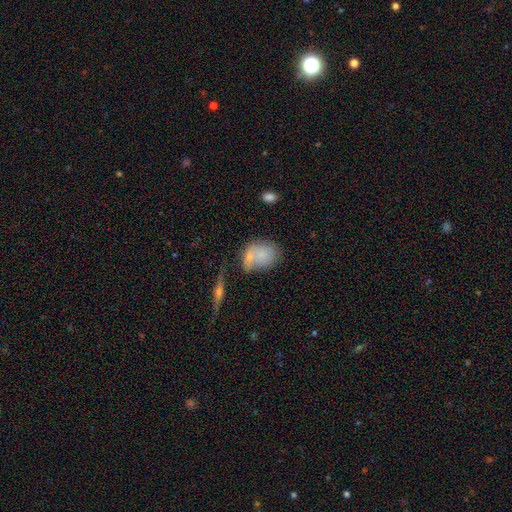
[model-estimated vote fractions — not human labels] smooth 67%, featured or disk 22%, star or artifact 11%. Down the decision tree: how rounded — in between (67%); merging — none (45%).